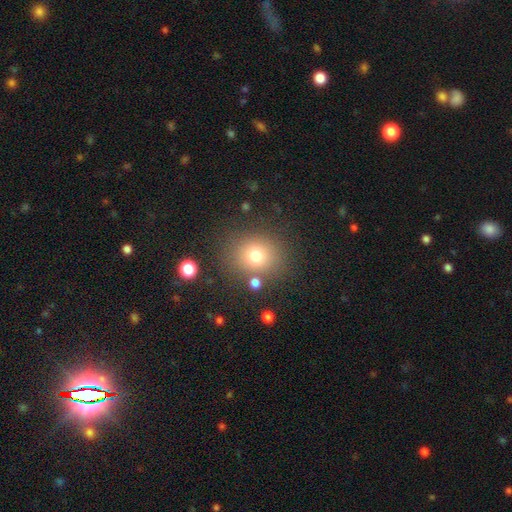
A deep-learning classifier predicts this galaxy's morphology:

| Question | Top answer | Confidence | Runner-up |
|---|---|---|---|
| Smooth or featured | smooth | 74% | star or artifact (15%) |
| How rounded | round | 76% | in between (23%) |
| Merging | none | 80% | minor disturbance (10%) |